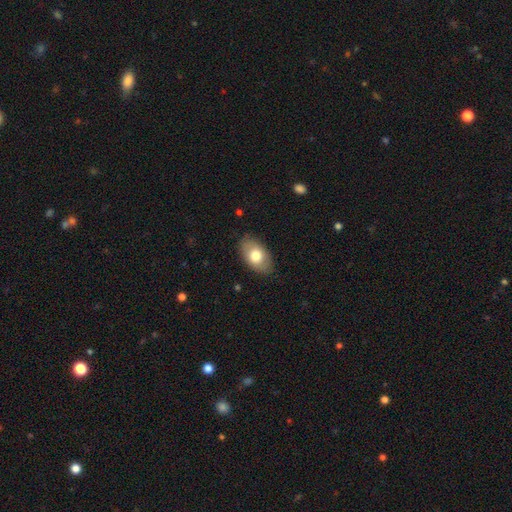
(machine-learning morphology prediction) Smooth or featured? smooth (74%)
How rounded? in between (92%)
Merging? none (83%)